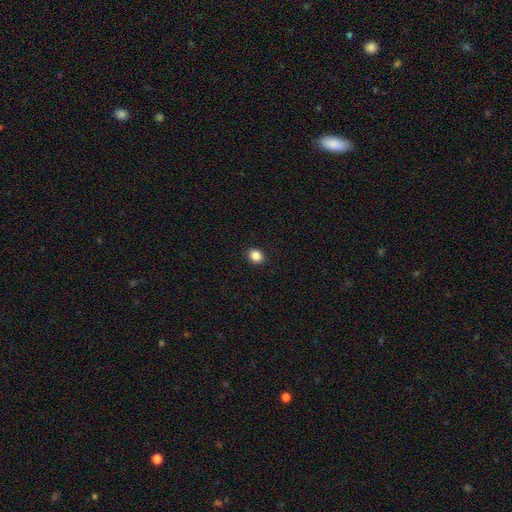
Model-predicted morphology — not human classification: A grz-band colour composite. It shows a smooth galaxy with no disk features (87%) that is round (55%). Merging: none (92%).